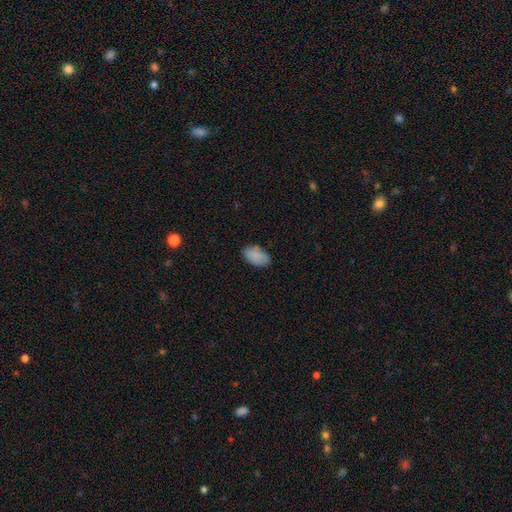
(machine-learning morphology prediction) type=smooth (86%); roundness=in between (93%); merging=none (80%).